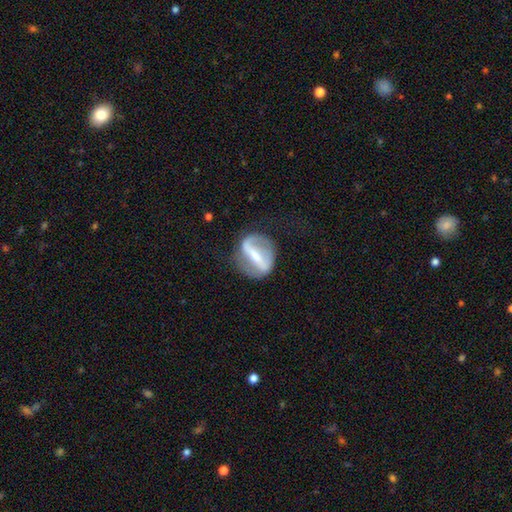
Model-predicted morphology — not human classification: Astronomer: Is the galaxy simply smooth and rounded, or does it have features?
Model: featured or disk — 77%.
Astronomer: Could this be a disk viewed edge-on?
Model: no — 90%.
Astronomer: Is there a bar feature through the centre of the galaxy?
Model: strong — 79%.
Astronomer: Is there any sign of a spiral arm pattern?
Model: yes — 57% (runner-up: no, 43%).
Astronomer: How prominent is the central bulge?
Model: small — 46% (runner-up: moderate, 42%).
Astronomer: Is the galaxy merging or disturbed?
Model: none — 68%.